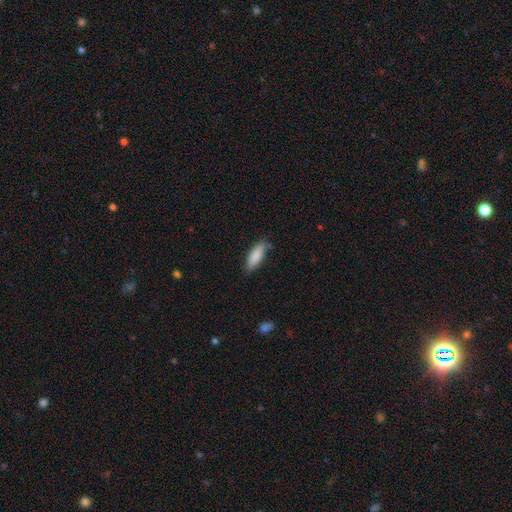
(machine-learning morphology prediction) smooth-or-featured: smooth: 85% | featured or disk: 9% | star or artifact: 6%
  how-rounded: in between: 56% | cigar-shaped: 42% | round: 2%
  merging: none: 75% | minor disturbance: 19% | major disturbance: 3% | merger: 2%